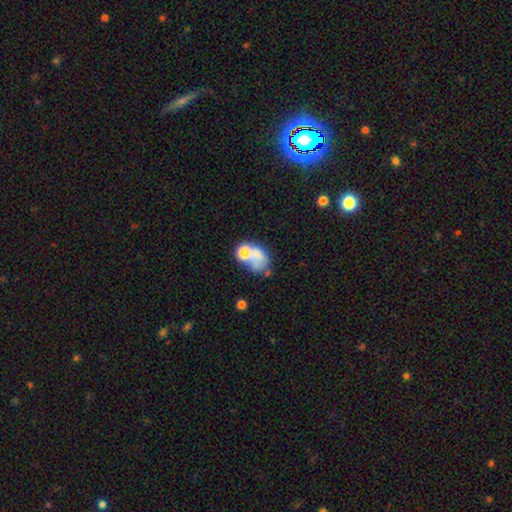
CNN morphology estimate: Overall: smooth (56%; featured or disk 30%). How rounded: in between (68%; round 31%). Merging: merger (43%; none 24%).